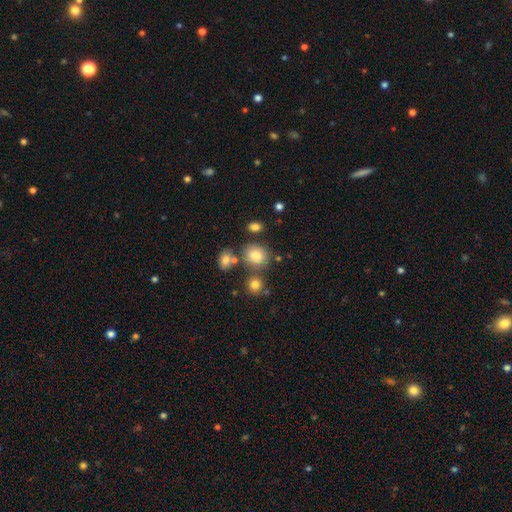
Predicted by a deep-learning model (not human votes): This is likely a smooth galaxy (79%). How rounded: likely round (71%). Merging: likely none (72%).